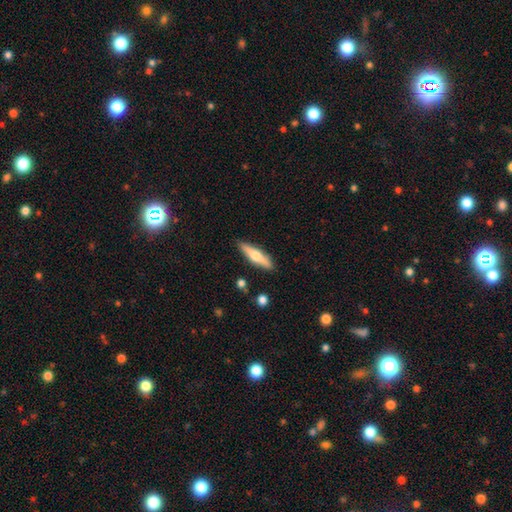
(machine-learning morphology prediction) featured or disk 50%, smooth 44%, star or artifact 6%. Down the decision tree: merging — none (87%).